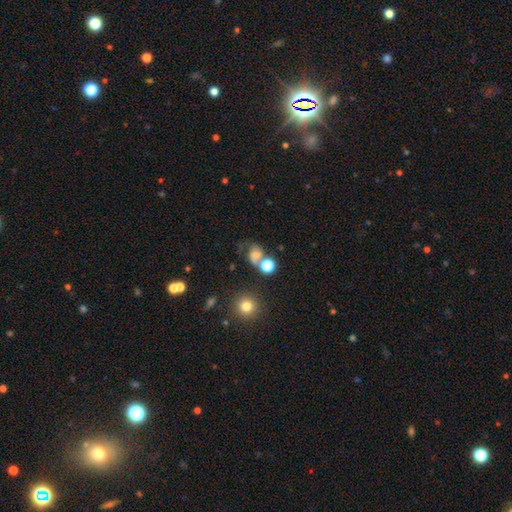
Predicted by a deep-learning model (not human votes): Morphology: type=smooth (43%); merging=none (36%).